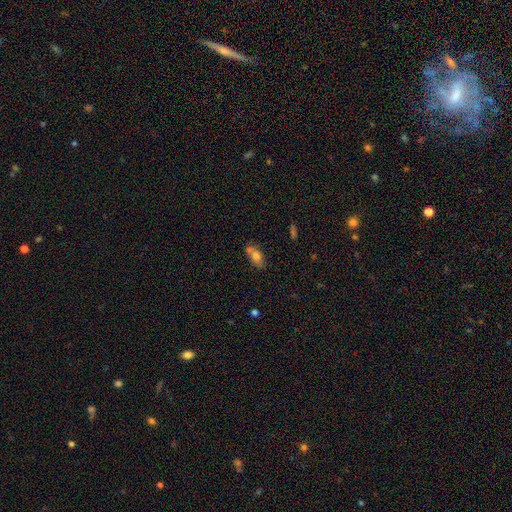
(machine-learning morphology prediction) Smooth or featured?
  - smooth: 72% *
  - featured or disk: 18%
  - star or artifact: 10%
How rounded?
  - in between: 82% *
  - round: 11%
  - cigar-shaped: 8%
Merging?
  - none: 51% *
  - merger: 26%
  - minor disturbance: 17%
  - major disturbance: 5%